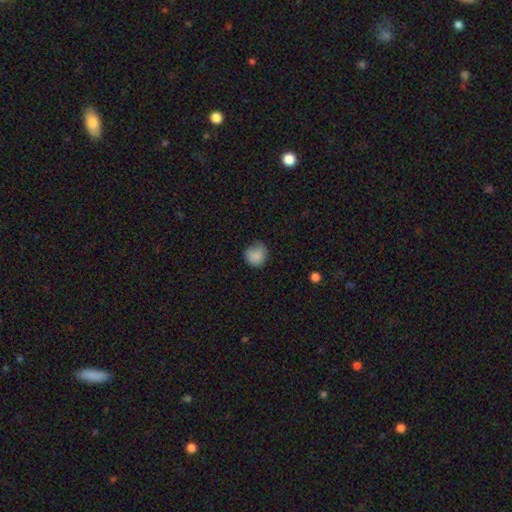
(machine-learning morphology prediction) smooth 85%, star or artifact 9%, featured or disk 6%. Down the decision tree: how rounded — round (86%); merging — none (65%).